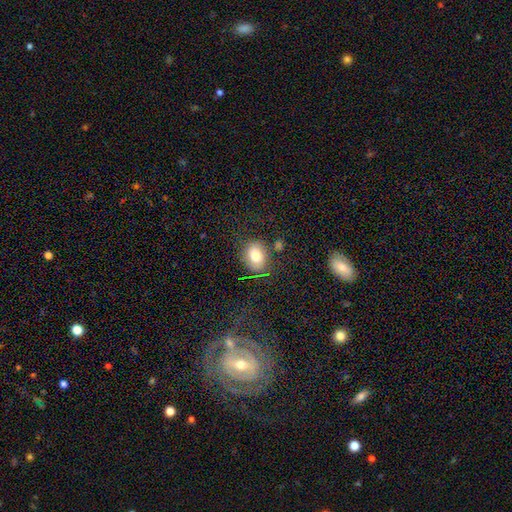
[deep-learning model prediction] The model was most divided on "how rounded": in between: 64%, round: 35%, cigar-shaped: 1%. More confident: smooth or featured — smooth (78%); merging — none (71%).